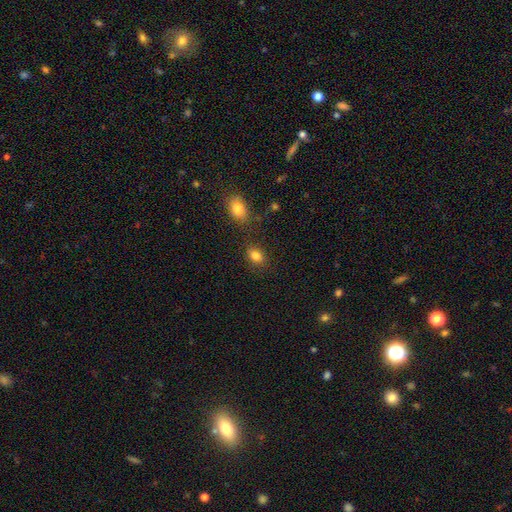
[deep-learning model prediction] smooth-or-featured: smooth: 83% | star or artifact: 10% | featured or disk: 6%
  how-rounded: in between: 70% | round: 29% | cigar-shaped: 1%
  merging: none: 78% | minor disturbance: 12% | merger: 6% | major disturbance: 4%